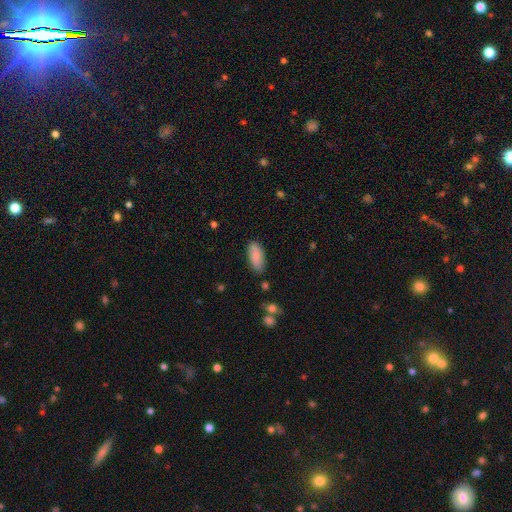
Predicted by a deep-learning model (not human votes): Smooth or featured?
  - smooth: 85% *
  - featured or disk: 9%
  - star or artifact: 6%
How rounded?
  - in between: 84% *
  - cigar-shaped: 14%
  - round: 2%
Merging?
  - none: 83% *
  - minor disturbance: 12%
  - major disturbance: 3%
  - merger: 2%